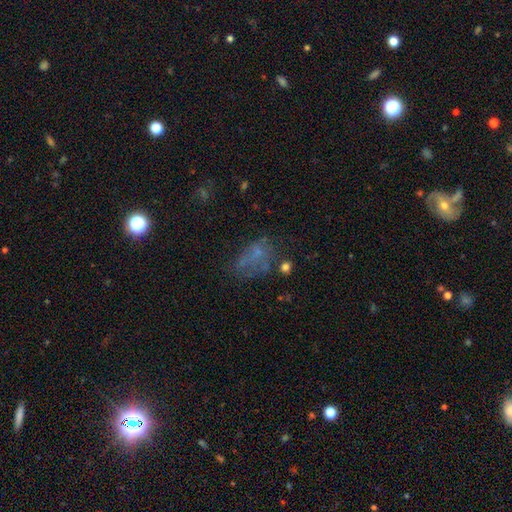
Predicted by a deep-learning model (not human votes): Smooth or featured? smooth (44%)
Merging? none (37%)